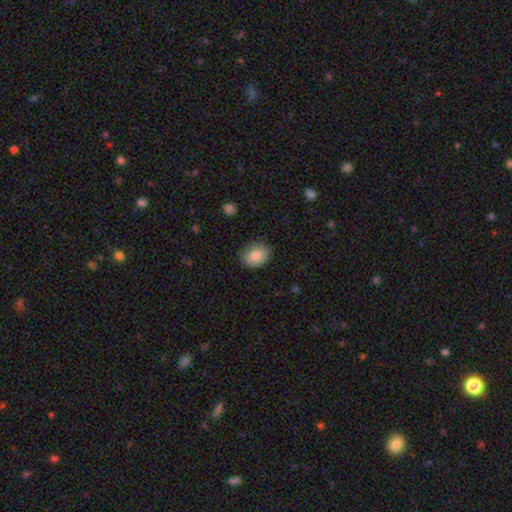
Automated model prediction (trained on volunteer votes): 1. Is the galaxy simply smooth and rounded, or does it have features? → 84% smooth, 9% featured or disk, 8% star or artifact.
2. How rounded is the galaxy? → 57% in between, 42% round, 1% cigar-shaped.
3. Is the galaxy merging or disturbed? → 85% none, 11% minor disturbance, 2% major disturbance, 1% merger.